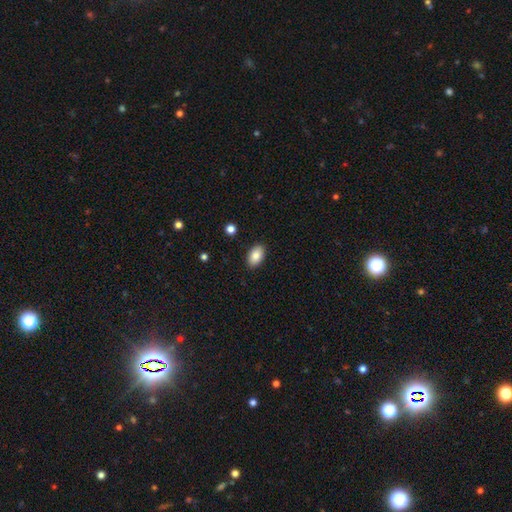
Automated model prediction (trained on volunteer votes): The model was most divided on "smooth or featured": smooth: 86%, star or artifact: 7%, featured or disk: 7%. More confident: how rounded — in between (93%); merging — none (89%).